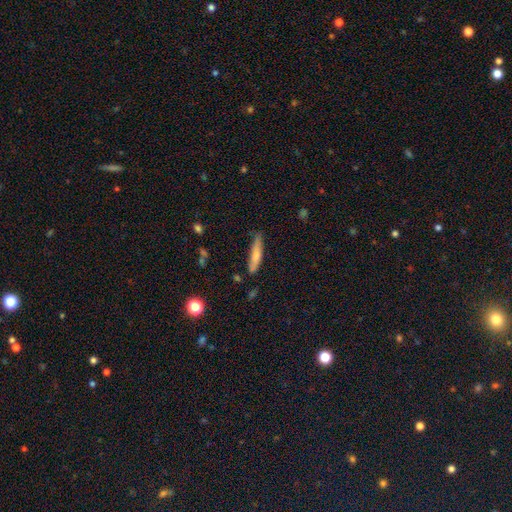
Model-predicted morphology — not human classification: Smooth or featured?
  - smooth: 72% *
  - featured or disk: 21%
  - star or artifact: 7%
How rounded?
  - cigar-shaped: 83% *
  - in between: 15%
  - round: 1%
Merging?
  - none: 66% *
  - minor disturbance: 25%
  - major disturbance: 5%
  - merger: 4%